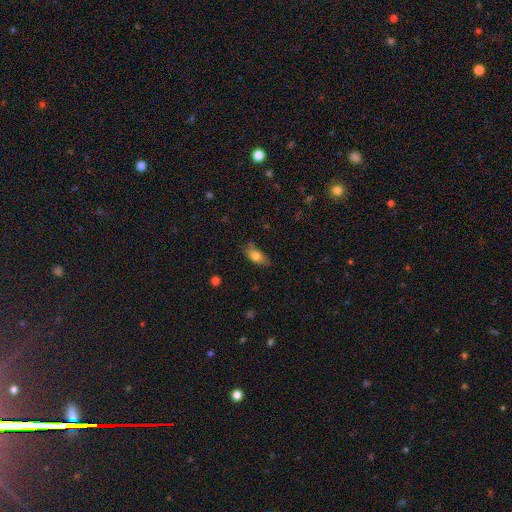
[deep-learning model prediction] Smooth or featured? smooth (76%)
How rounded? in between (84%)
Merging? none (66%)